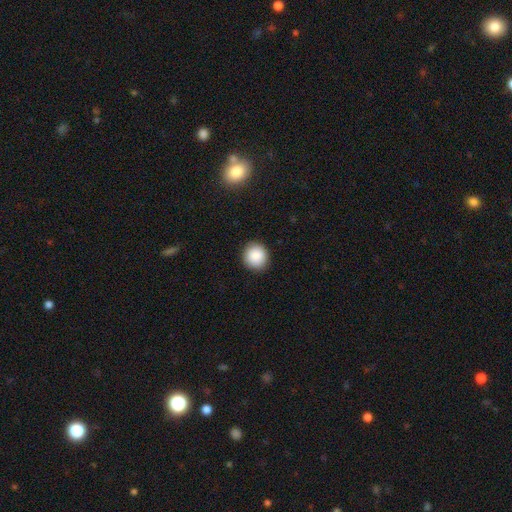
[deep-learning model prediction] Smooth or featured? smooth (88%)
How rounded? round (91%)
Merging? none (90%)